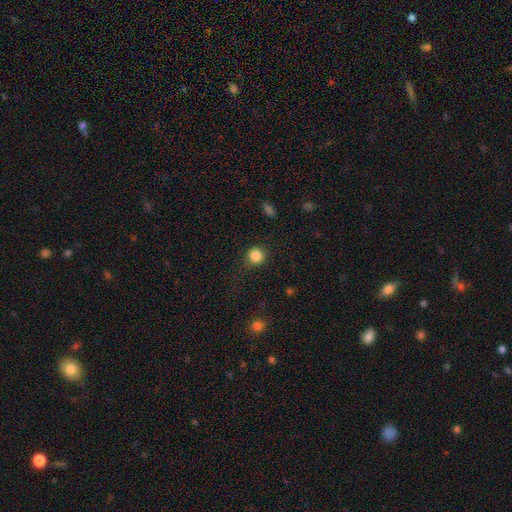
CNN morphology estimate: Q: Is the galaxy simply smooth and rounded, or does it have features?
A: smooth — 85%.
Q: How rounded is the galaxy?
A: round — 91%.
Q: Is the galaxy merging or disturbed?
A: none — 87%.